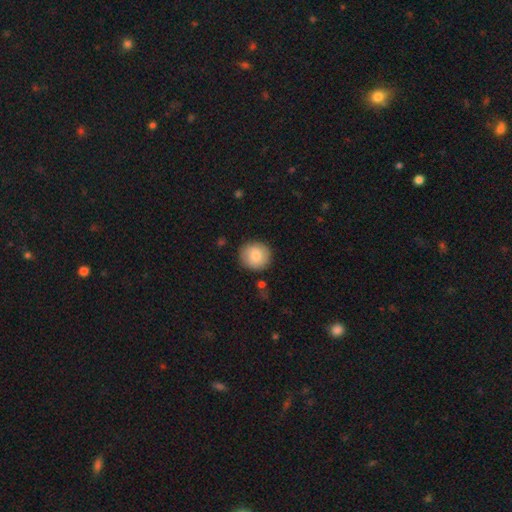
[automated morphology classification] smooth 79%, featured or disk 14%, star or artifact 7%. Down the decision tree: how rounded — round (91%); merging — none (88%).